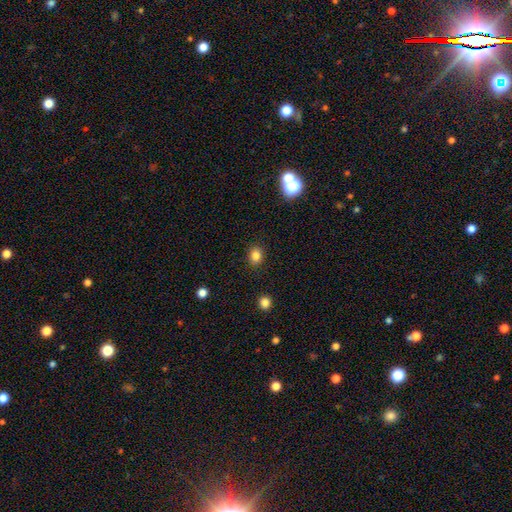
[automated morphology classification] The model was most divided on "how rounded": round: 57%, in between: 42%, cigar-shaped: 1%. More confident: merging — none (89%); smooth or featured — smooth (83%).